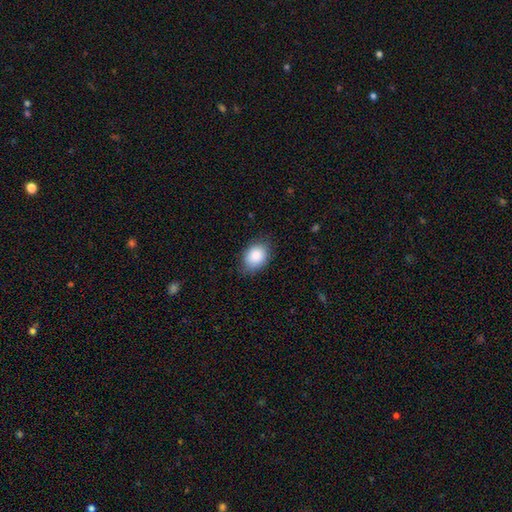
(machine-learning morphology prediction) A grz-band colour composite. It shows a smooth galaxy with no disk features (87%) that is in between round and cigar-shaped (71%). Merging: none (78%).